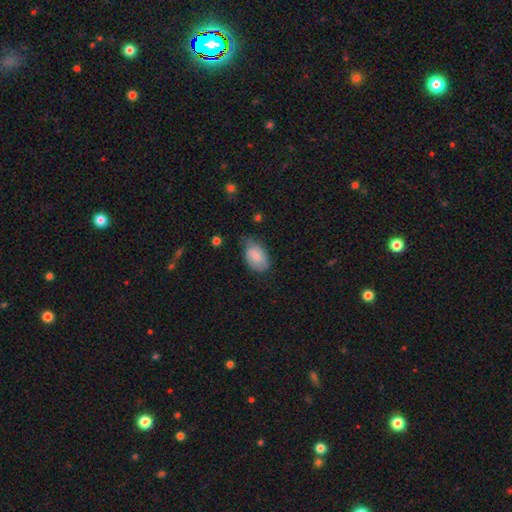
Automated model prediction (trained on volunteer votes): A smooth galaxy with no disk features (77%) that is in between round and cigar-shaped (91%).

Vote fractions:
- Smooth or featured? smooth: 77% / featured or disk: 17% / star or artifact: 6%
- How rounded? in between: 91% / round: 7% / cigar-shaped: 1%
- Merging? none: 51% / minor disturbance: 37% / major disturbance: 9% / merger: 2%